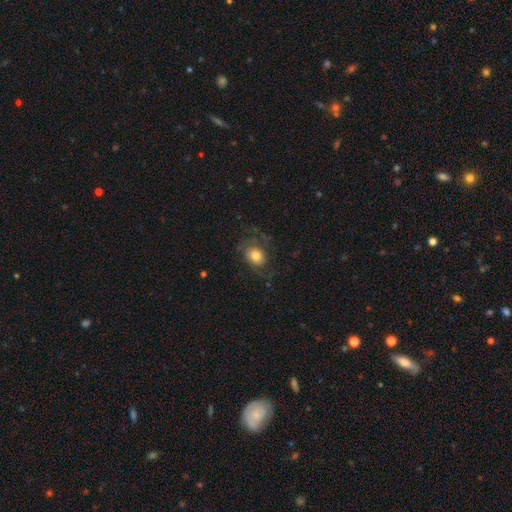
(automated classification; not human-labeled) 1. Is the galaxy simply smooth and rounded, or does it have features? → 52% smooth, 38% featured or disk, 9% star or artifact.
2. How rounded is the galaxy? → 53% round, 46% in between, 1% cigar-shaped.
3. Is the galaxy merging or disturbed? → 54% none, 24% major disturbance, 20% minor disturbance, 2% merger.